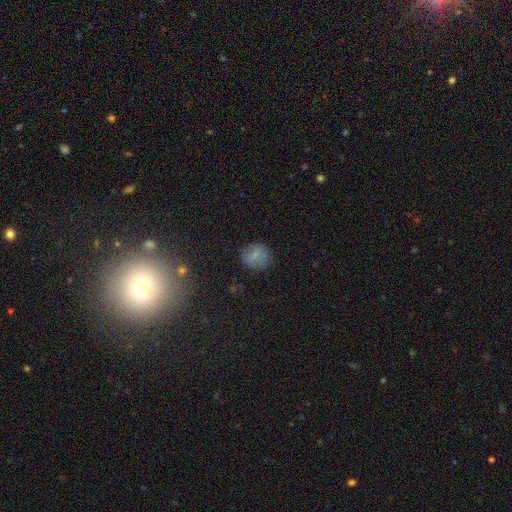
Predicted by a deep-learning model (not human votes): smooth 70%, featured or disk 16%, star or artifact 13%. Down the decision tree: how rounded — round (78%); merging — none (83%).